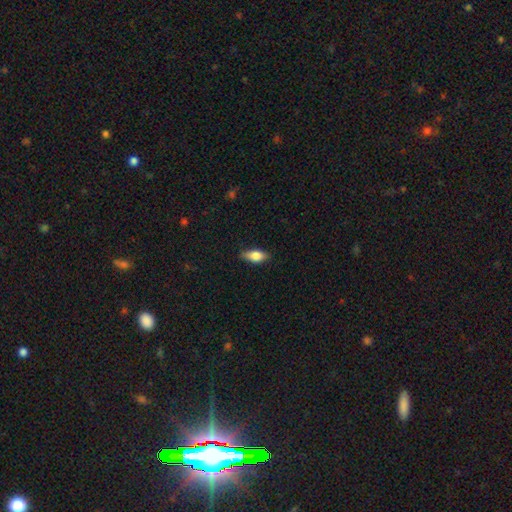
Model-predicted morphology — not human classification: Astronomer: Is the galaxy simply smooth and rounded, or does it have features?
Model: smooth — 74%.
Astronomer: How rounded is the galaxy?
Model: in between — 82%.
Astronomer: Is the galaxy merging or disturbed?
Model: none — 80%.